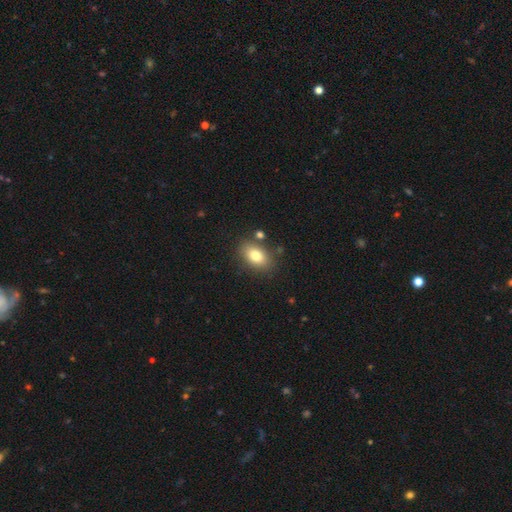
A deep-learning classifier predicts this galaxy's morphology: The model was most divided on "merging": none: 79%, minor disturbance: 12%, merger: 6%, major disturbance: 3%. More confident: how rounded — in between (87%); smooth or featured — smooth (80%).